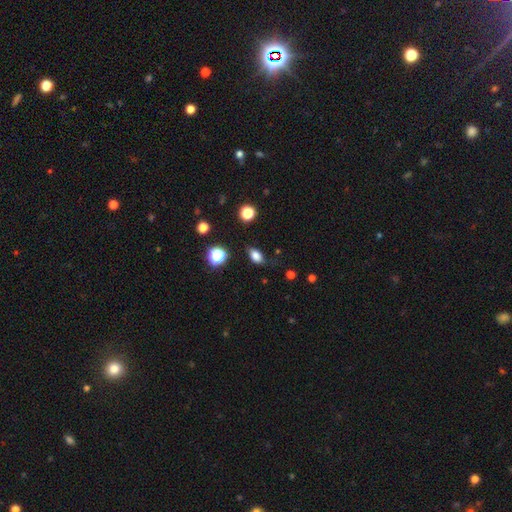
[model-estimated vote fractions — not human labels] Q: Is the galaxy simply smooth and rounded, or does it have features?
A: smooth — 80%.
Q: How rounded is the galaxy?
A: in between — 82%.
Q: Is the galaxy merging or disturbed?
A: none — 75%.